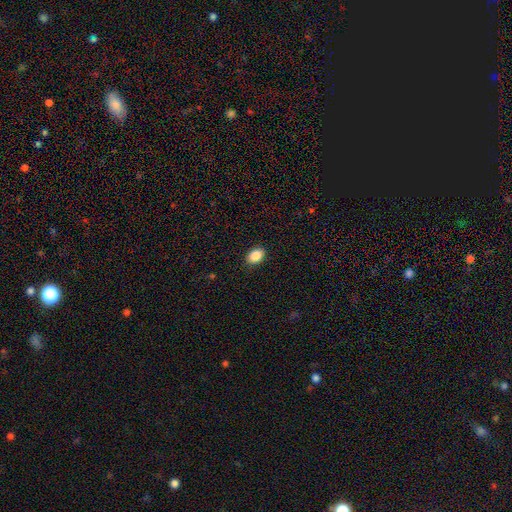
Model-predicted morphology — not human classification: This is clearly a smooth galaxy (88%). How rounded: likely in between (78%). Merging: clearly none (89%).